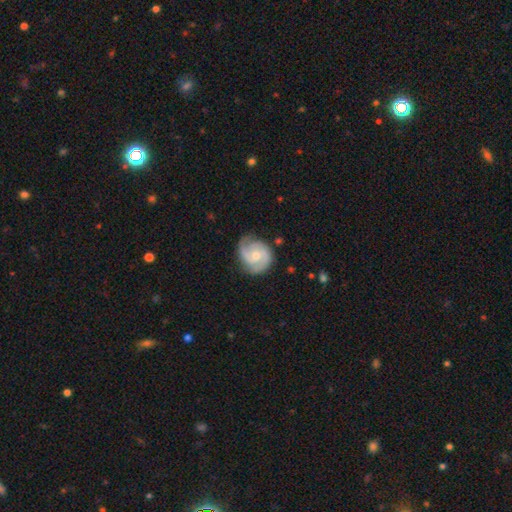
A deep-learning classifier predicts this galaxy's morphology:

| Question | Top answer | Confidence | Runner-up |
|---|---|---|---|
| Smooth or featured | featured or disk | 82% | smooth (13%) |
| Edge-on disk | no | 98% | yes (2%) |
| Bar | no | 62% | weak (33%) |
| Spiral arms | yes | 97% | no (3%) |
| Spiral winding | medium | 45% | tight (44%) |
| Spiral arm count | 2 | 61% | 3 (22%) |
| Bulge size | moderate | 51% | small (45%) |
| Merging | none | 72% | minor disturbance (20%) |